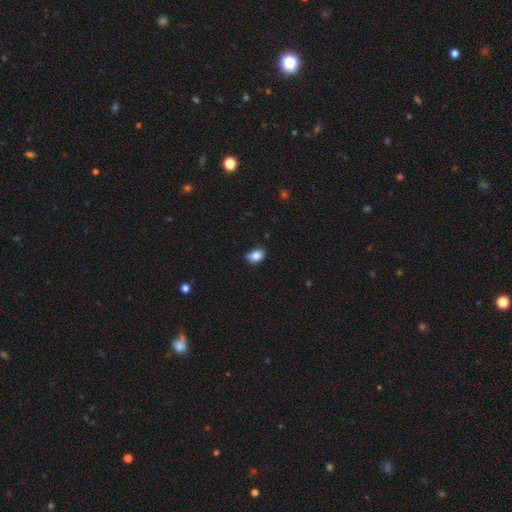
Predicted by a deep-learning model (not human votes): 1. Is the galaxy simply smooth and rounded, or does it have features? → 85% smooth, 9% star or artifact, 6% featured or disk.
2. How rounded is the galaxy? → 70% in between, 28% round, 1% cigar-shaped.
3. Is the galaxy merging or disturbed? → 67% none, 27% minor disturbance, 4% major disturbance, 2% merger.